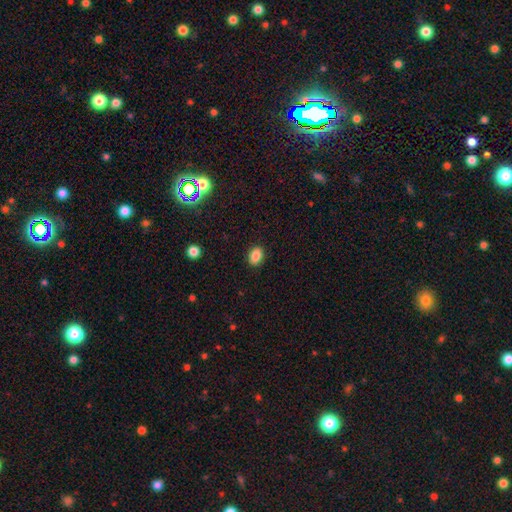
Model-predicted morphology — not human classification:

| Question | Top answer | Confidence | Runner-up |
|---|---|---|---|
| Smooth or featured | smooth | 86% | star or artifact (9%) |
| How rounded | in between | 75% | round (23%) |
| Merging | none | 89% | minor disturbance (8%) |